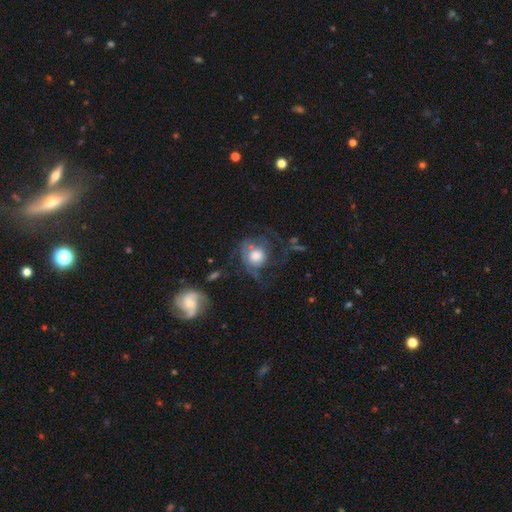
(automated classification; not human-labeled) This is possibly a featured or disk galaxy (56%). It is clearly not viewed edge-on (97%). Bar: clearly no (82%). Spiral arm pattern: likely yes (72%). Central bulge: marginally large (45%). Merging: marginally none (39%).